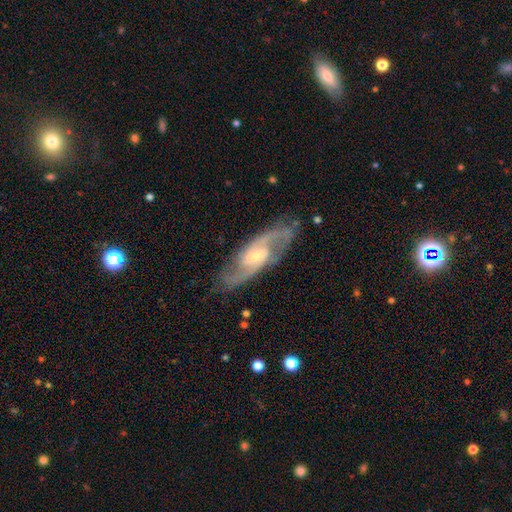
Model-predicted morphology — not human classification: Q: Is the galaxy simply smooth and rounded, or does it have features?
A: featured or disk — 89%.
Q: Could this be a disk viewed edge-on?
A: no — 92%.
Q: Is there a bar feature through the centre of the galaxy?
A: weak — 50%.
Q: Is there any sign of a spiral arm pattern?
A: yes — 97%.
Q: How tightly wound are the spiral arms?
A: medium — 57%.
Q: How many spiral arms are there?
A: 2 — 90%.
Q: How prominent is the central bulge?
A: small — 55%.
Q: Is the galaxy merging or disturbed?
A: none — 81%.